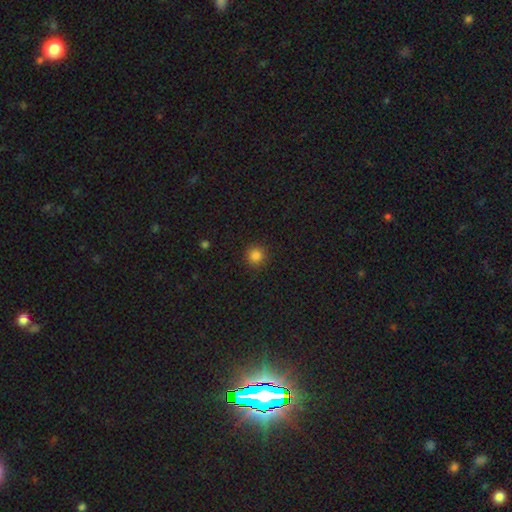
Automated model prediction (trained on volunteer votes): Smooth or featured? smooth (83%)
How rounded? round (94%)
Merging? none (92%)